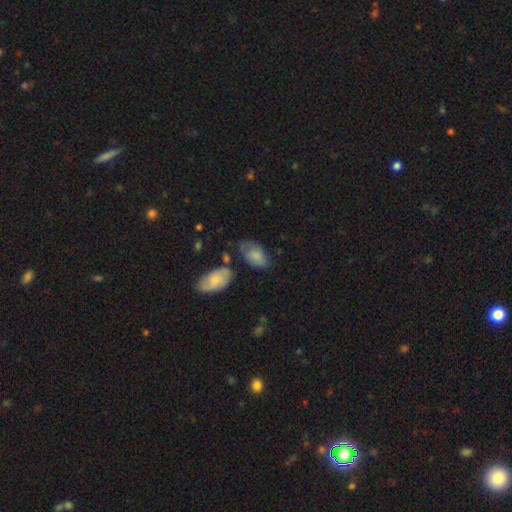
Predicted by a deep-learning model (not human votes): A smooth galaxy with no disk features (75%) that is in between round and cigar-shaped (92%).

Vote fractions:
- Smooth or featured? smooth: 75% / featured or disk: 17% / star or artifact: 7%
- How rounded? in between: 92% / round: 7% / cigar-shaped: 2%
- Merging? none: 50% / minor disturbance: 31% / major disturbance: 12% / merger: 8%